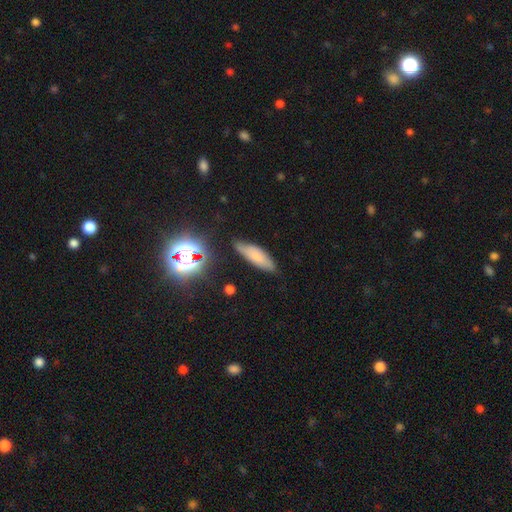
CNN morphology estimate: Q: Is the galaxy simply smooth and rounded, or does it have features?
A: smooth — 68%.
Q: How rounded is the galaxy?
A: in between — 52%.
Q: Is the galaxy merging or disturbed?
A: none — 74%.